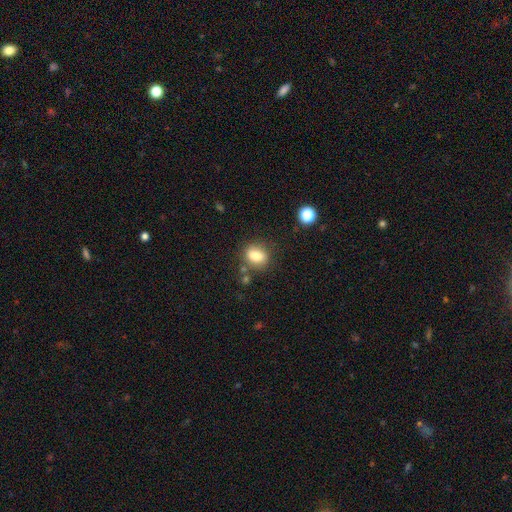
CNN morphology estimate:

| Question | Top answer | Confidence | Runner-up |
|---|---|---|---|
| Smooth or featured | smooth | 82% | star or artifact (9%) |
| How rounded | in between | 60% | round (38%) |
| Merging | none | 72% | minor disturbance (16%) |